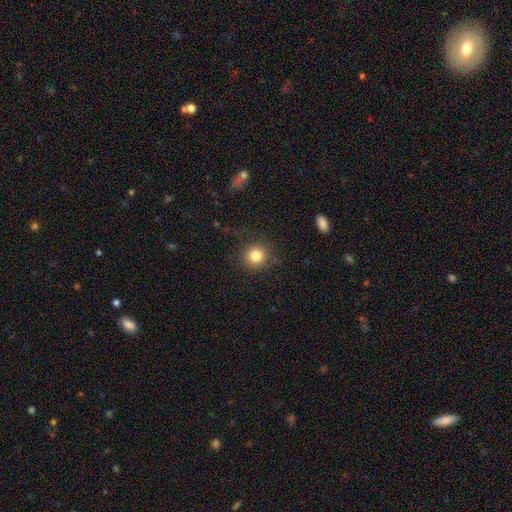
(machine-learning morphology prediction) A smooth galaxy with no disk features (83%) that is round (92%). Merging: none (86%).